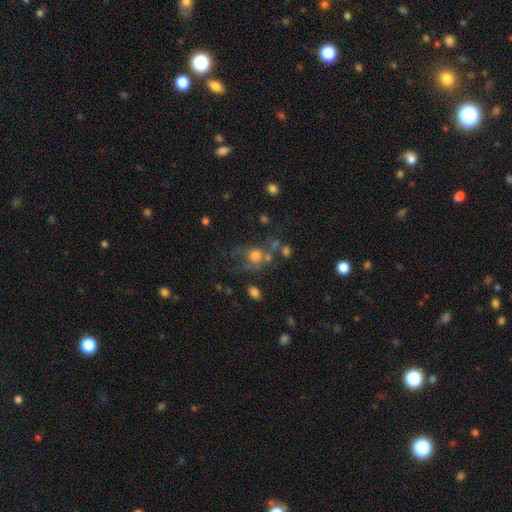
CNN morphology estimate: Smooth or featured: smooth — 52% (featured or disk — 29%)
How rounded: round — 70% (in between — 29%)
Merging: none — 40% (major disturbance — 25%)